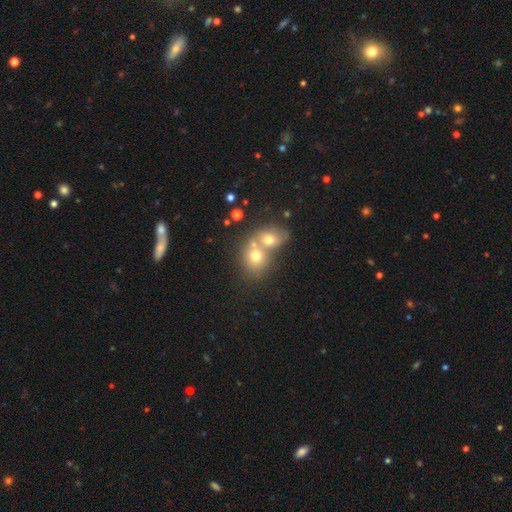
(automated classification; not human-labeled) Smooth or featured? smooth (67%)
How rounded? round (64%)
Merging? merger (61%)